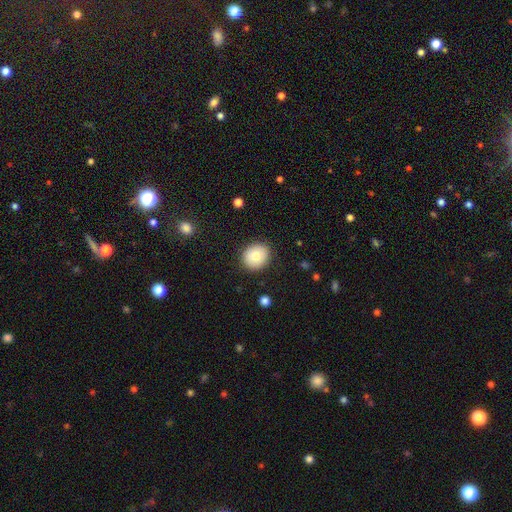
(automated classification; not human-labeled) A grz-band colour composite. It shows a smooth galaxy with no disk features (77%) that is round (77%). Merging: none (89%).